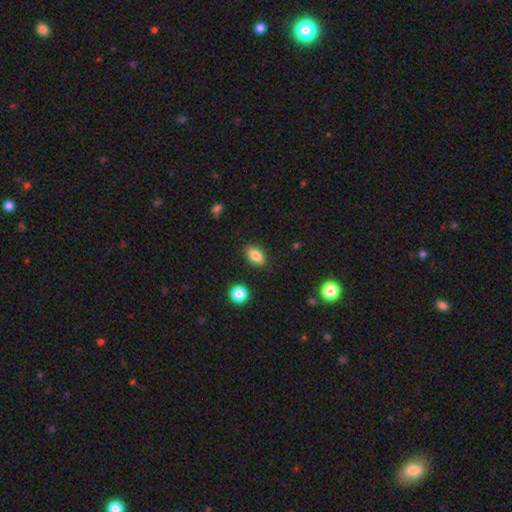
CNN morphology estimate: A smooth galaxy with no disk features (84%) that is in between round and cigar-shaped (88%).

Vote fractions:
- Smooth or featured? smooth: 84% / star or artifact: 9% / featured or disk: 7%
- How rounded? in between: 88% / round: 8% / cigar-shaped: 4%
- Merging? none: 87% / minor disturbance: 9% / major disturbance: 2% / merger: 2%